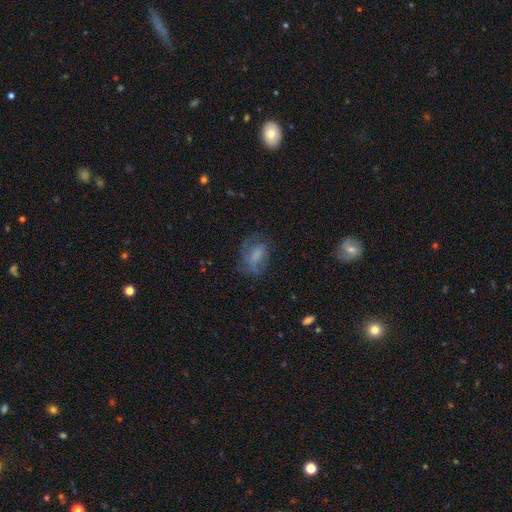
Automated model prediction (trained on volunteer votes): Overall: smooth (58%; featured or disk 31%). How rounded: in between (81%). Merging: none (58%; minor disturbance 23%).